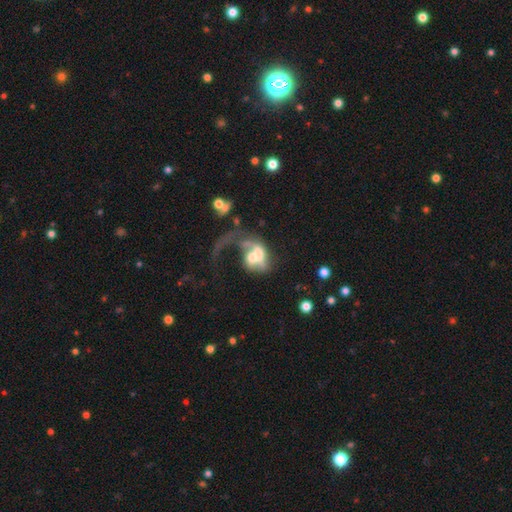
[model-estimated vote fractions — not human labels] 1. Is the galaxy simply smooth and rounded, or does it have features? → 57% featured or disk, 32% smooth, 10% star or artifact.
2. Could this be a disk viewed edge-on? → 96% no, 4% yes.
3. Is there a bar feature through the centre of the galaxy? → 68% no, 22% weak, 11% strong.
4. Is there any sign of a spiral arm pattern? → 54% no, 46% yes.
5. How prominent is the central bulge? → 37% moderate, 25% large, 17% small, 15% none, 7% dominant.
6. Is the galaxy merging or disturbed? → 43% merger, 39% major disturbance, 11% none, 7% minor disturbance.